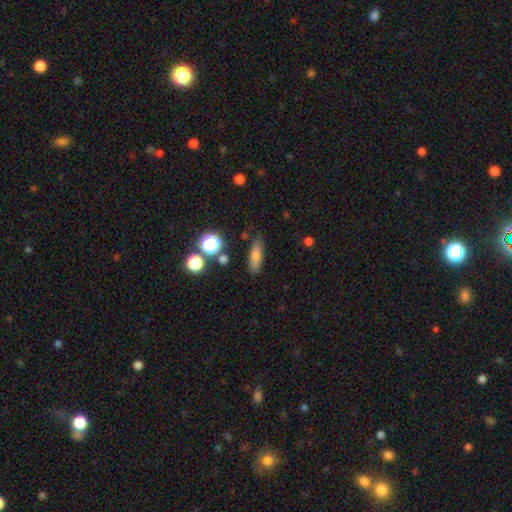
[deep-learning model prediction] Smooth or featured? Predicted: smooth (p=0.67). How rounded? Predicted: cigar-shaped (p=0.56). Merging? Predicted: none (p=0.84).